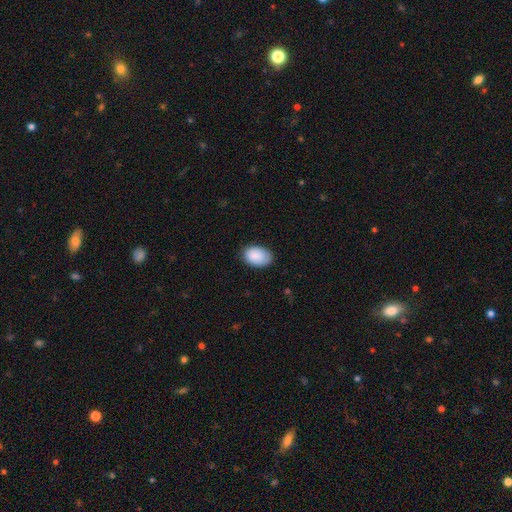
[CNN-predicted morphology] This is clearly a smooth galaxy (89%). How rounded: clearly in between (86%). Merging: likely none (79%).